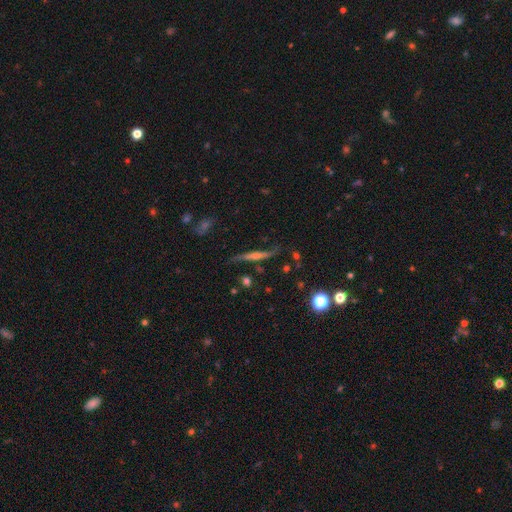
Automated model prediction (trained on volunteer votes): This appears to be a featured or disk galaxy (67%) viewed edge-on (84%) with a rounded central bulge (61%). Merging: none (70%).